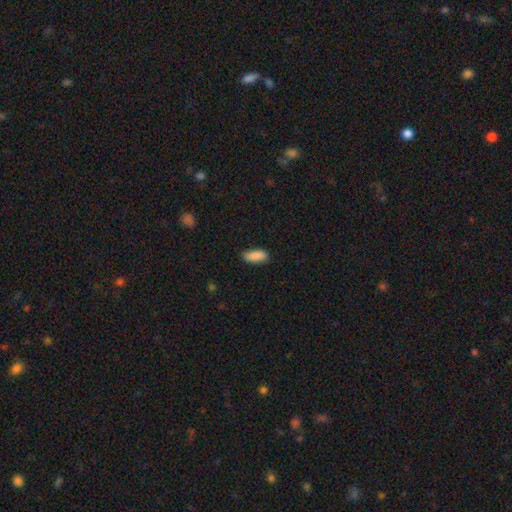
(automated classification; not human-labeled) This appears to be a smooth galaxy with no disk features (90%) that is in between round and cigar-shaped (81%). Merging: none (82%).